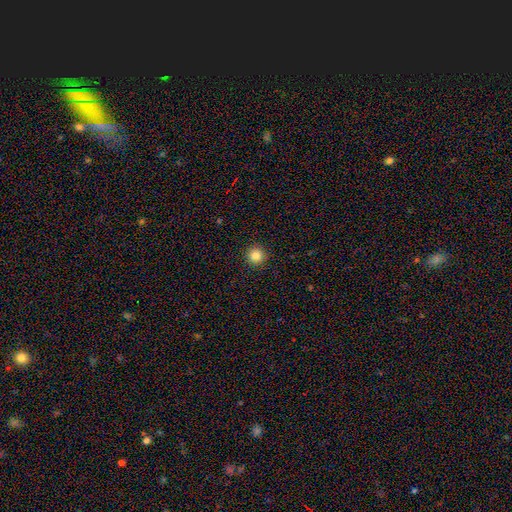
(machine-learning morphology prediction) smooth 84%, star or artifact 12%, featured or disk 5%. Down the decision tree: how rounded — round (96%); merging — none (93%).